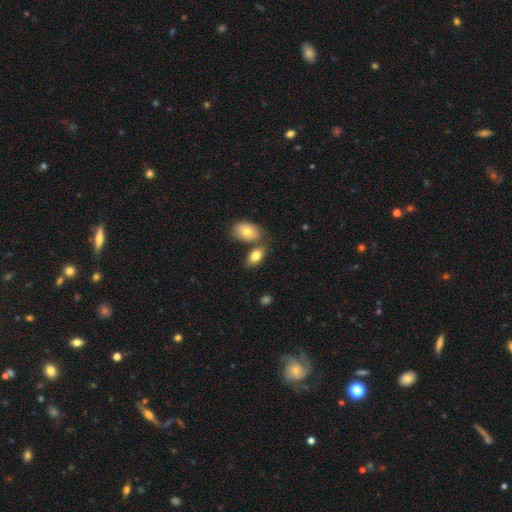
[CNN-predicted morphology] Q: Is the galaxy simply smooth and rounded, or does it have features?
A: smooth — 77%.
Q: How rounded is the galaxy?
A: in between — 90%.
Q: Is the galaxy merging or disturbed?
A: none — 52%.